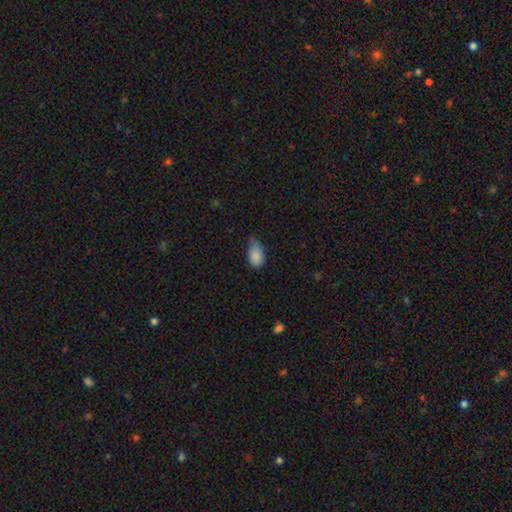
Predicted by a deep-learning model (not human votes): A smooth galaxy with no disk features (86%) that is in between round and cigar-shaped (90%). Merging: minor disturbance (50%).